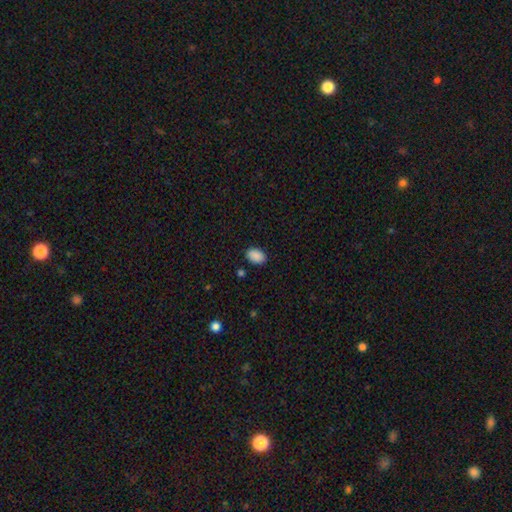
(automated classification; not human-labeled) This appears to be a smooth galaxy with no disk features (90%) that is in between round and cigar-shaped (86%). Merging: none (88%).